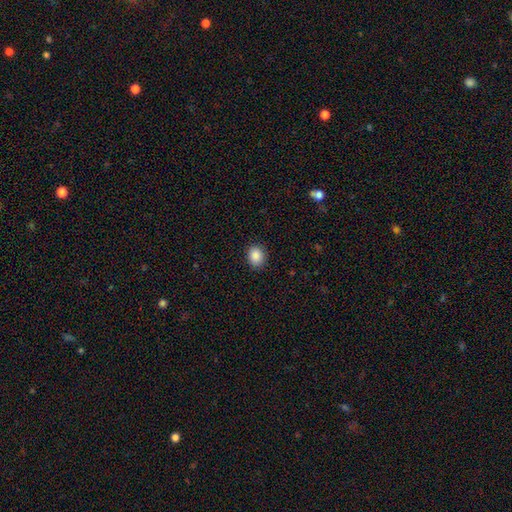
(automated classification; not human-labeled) Smooth or featured: smooth — 88% (star or artifact — 8%)
How rounded: round — 55% (in between — 44%)
Merging: none — 89% (minor disturbance — 8%)